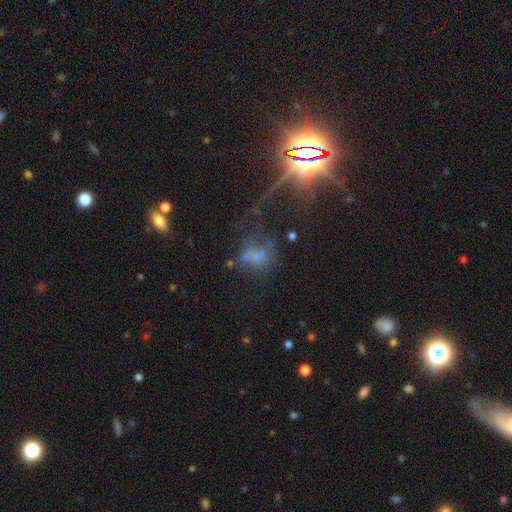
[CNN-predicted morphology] A smooth galaxy with no disk features (41%). Merging: major disturbance (36%).